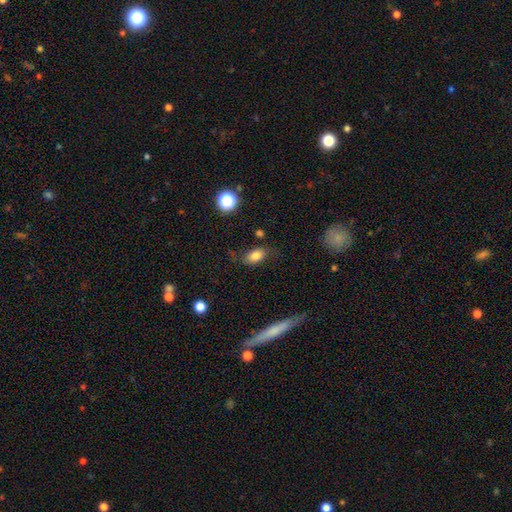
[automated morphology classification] A smooth galaxy with no disk features (80%) that is in between round and cigar-shaped (86%).

Vote fractions:
- Smooth or featured? smooth: 80% / featured or disk: 10% / star or artifact: 9%
- How rounded? in between: 86% / round: 11% / cigar-shaped: 3%
- Merging? none: 73% / minor disturbance: 18% / major disturbance: 6% / merger: 3%